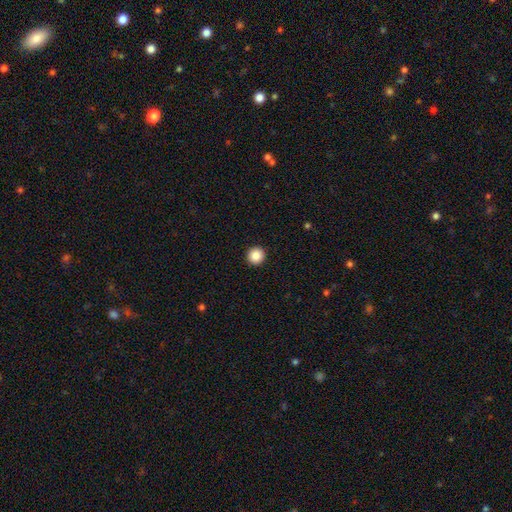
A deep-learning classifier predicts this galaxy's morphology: Smooth or featured?
  - smooth: 87% *
  - star or artifact: 9%
  - featured or disk: 3%
How rounded?
  - round: 96% *
  - in between: 3%
  - cigar-shaped: 1%
Merging?
  - none: 94% *
  - minor disturbance: 4%
  - major disturbance: 1%
  - merger: 1%